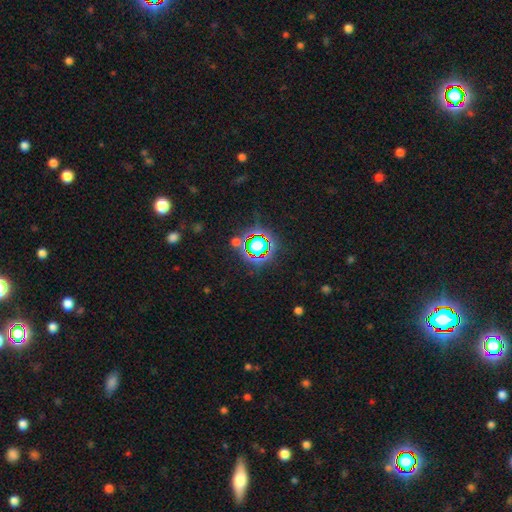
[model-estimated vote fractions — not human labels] Q: Smooth or featured?
A: star or artifact (78%); runner-up: smooth (13%)